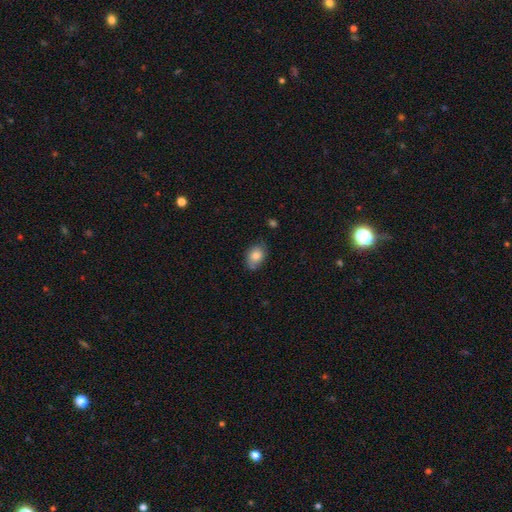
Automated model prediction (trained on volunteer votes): The model was most divided on "merging": none: 72%, minor disturbance: 21%, major disturbance: 4%, merger: 3%. More confident: smooth or featured — smooth (80%); how rounded — in between (76%).